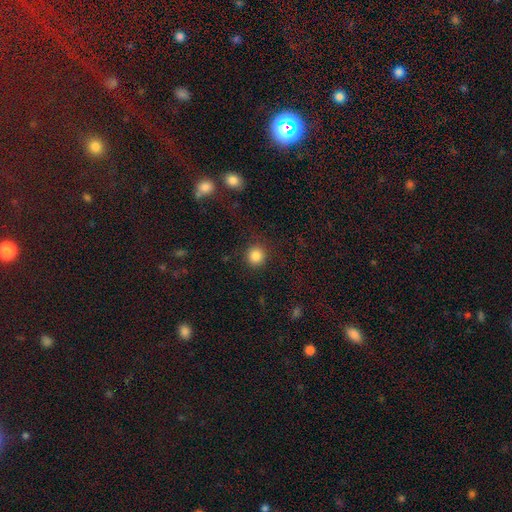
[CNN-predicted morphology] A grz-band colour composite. It shows a smooth galaxy with no disk features (85%) that is round (93%). Merging: none (89%).